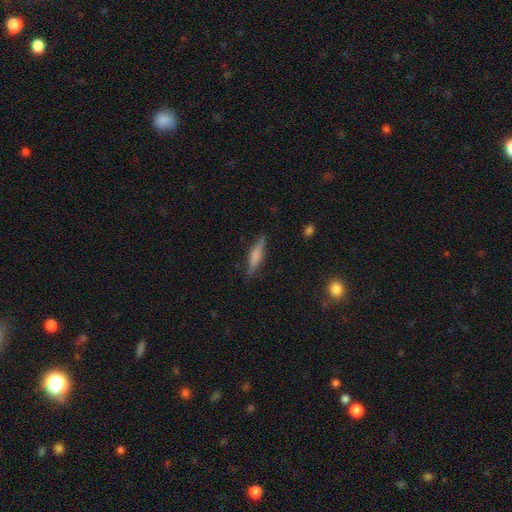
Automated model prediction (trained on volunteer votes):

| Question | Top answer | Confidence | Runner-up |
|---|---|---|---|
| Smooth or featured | smooth | 61% | featured or disk (31%) |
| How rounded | cigar-shaped | 79% | in between (19%) |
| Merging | none | 85% | minor disturbance (11%) |